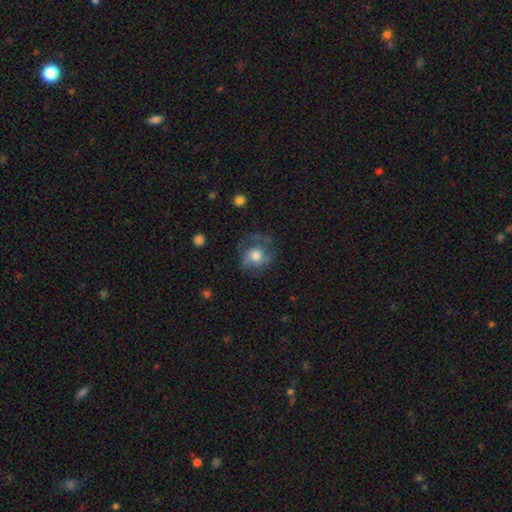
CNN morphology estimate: Overall: smooth (54%; featured or disk 37%). How rounded: round (79%). Merging: none (54%; minor disturbance 23%).